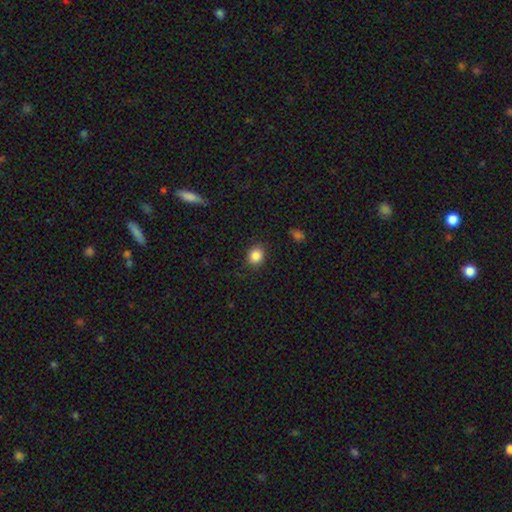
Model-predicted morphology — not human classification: The model was most divided on "how rounded": round: 67%, in between: 32%, cigar-shaped: 1%. More confident: merging — none (87%); smooth or featured — smooth (86%).